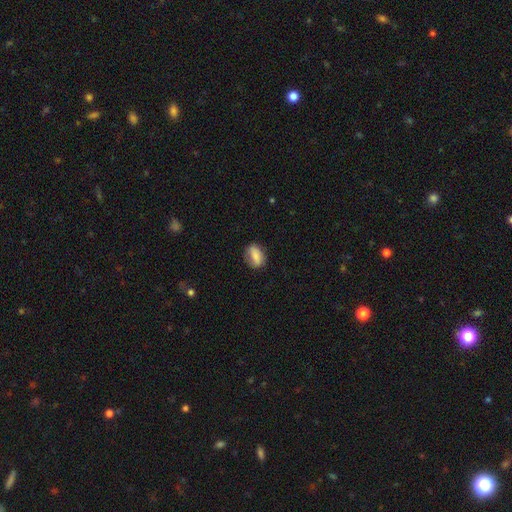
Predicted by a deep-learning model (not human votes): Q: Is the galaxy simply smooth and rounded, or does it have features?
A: smooth — 75%.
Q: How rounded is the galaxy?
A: in between — 78%.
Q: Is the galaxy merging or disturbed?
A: none — 77%.